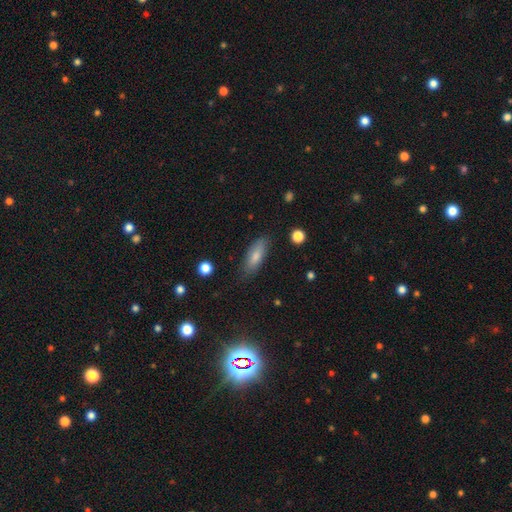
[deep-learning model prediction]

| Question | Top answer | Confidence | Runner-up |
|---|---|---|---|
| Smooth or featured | smooth | 79% | featured or disk (15%) |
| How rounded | in between | 67% | cigar-shaped (31%) |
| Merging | none | 79% | minor disturbance (16%) |